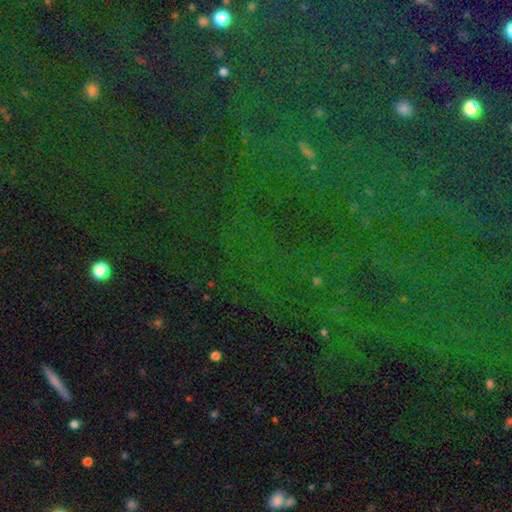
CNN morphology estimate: Smooth or featured? Predicted: star or artifact (p=0.83).